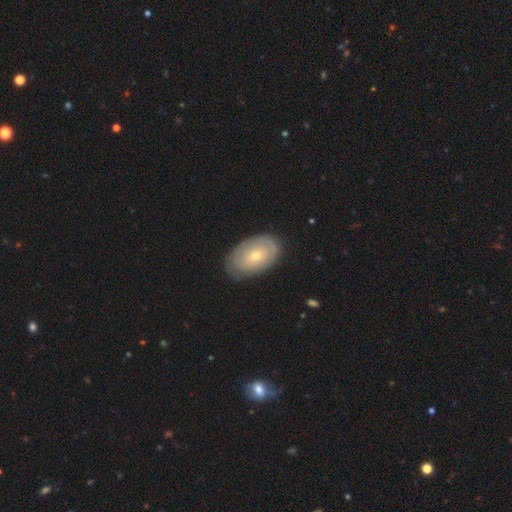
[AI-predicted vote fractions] smooth-or-featured: featured or disk: 53% | smooth: 41% | star or artifact: 7%
  disk-edge-on: no: 92% | yes: 8%
  merging: none: 81% | minor disturbance: 15% | major disturbance: 4% | merger: 1%